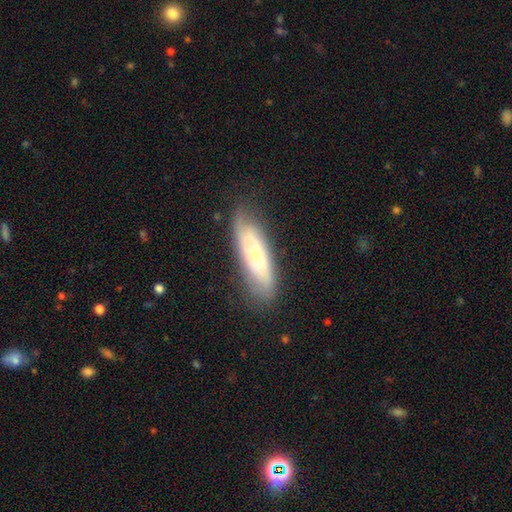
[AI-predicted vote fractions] Smooth or featured: smooth — 49% (featured or disk — 43%)
Merging: none — 74% (minor disturbance — 19%)